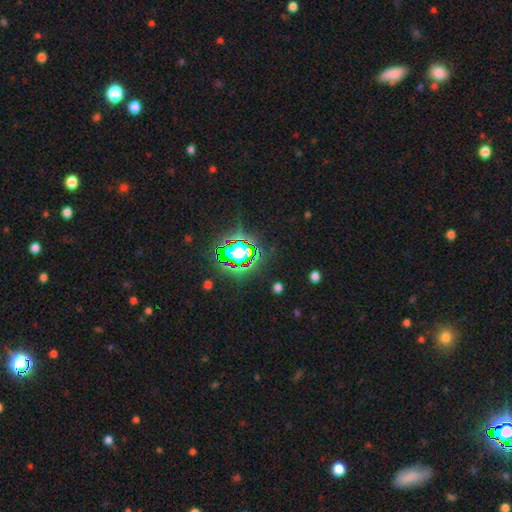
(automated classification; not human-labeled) A star or artifact, not a galaxy (82%).